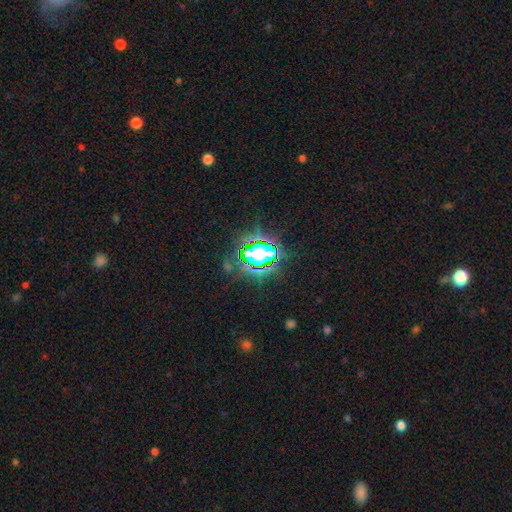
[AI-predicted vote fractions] Smooth or featured? star or artifact (64%)